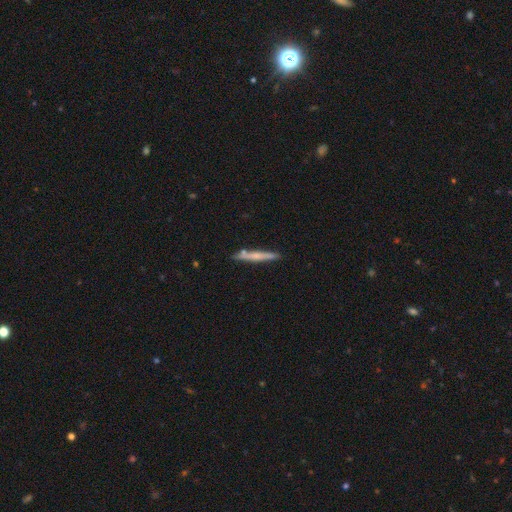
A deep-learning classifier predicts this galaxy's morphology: Smooth or featured? Predicted: smooth (p=0.49). Merging? Predicted: none (p=0.83).